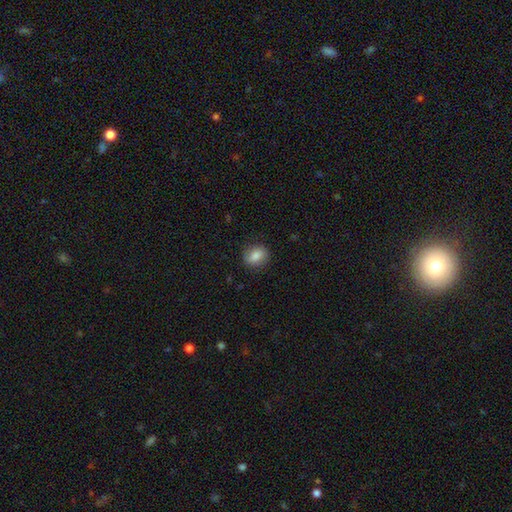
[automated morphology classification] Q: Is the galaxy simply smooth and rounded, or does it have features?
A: smooth — 82%.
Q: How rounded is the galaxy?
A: in between — 52%.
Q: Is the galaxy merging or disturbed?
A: none — 84%.